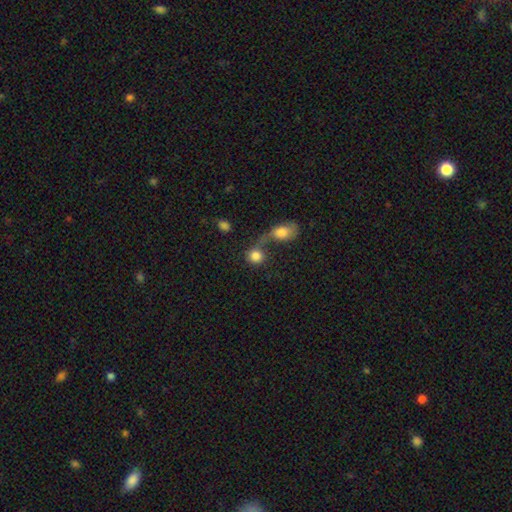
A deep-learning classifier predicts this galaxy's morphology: Smooth or featured? smooth (81%)
How rounded? round (79%)
Merging? merger (52%)